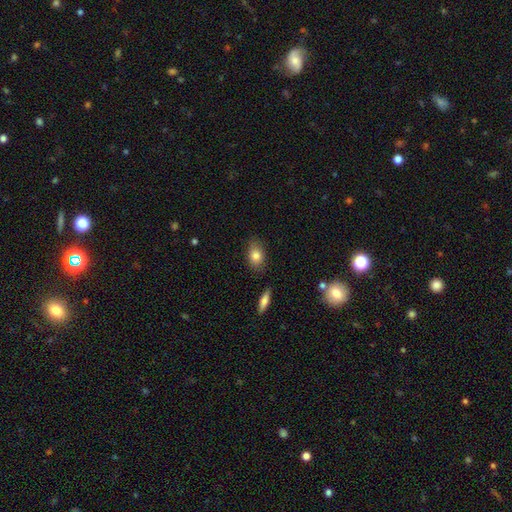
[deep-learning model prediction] The model was most divided on "merging": none: 80%, minor disturbance: 14%, major disturbance: 3%, merger: 2%. More confident: how rounded — in between (82%); smooth or featured — smooth (81%).